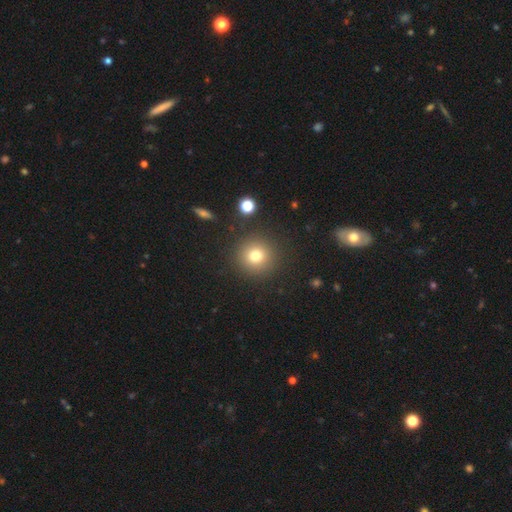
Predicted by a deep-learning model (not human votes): Smooth or featured? smooth (76%)
How rounded? round (94%)
Merging? none (89%)